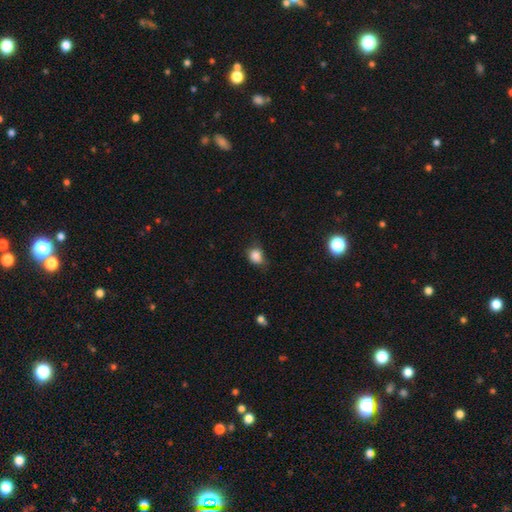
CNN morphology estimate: Smooth or featured?
  - smooth: 83% *
  - star or artifact: 11%
  - featured or disk: 6%
How rounded?
  - round: 57% *
  - in between: 42%
  - cigar-shaped: 1%
Merging?
  - none: 56% *
  - minor disturbance: 33%
  - major disturbance: 9%
  - merger: 2%